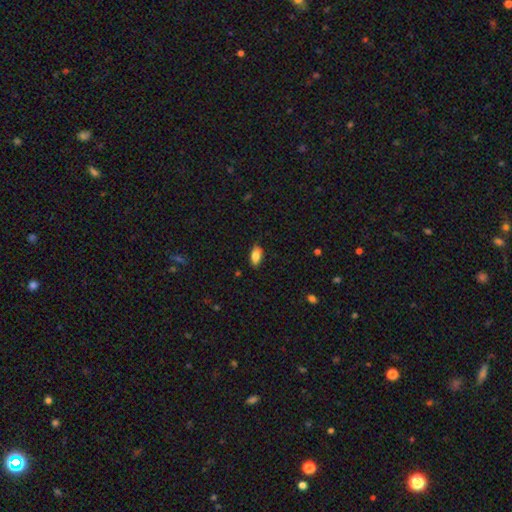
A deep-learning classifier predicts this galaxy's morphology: The model was most divided on "smooth or featured": smooth: 84%, featured or disk: 9%, star or artifact: 7%. More confident: how rounded — in between (89%); merging — none (87%).